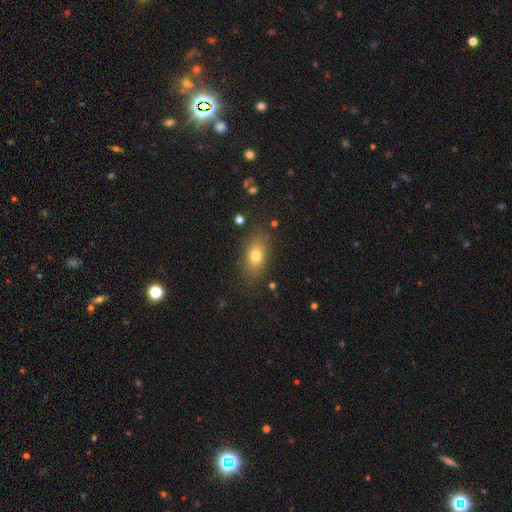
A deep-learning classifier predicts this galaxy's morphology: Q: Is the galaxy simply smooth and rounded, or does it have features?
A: smooth — 75%.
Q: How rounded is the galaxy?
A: in between — 79%.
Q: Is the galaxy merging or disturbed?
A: none — 82%.